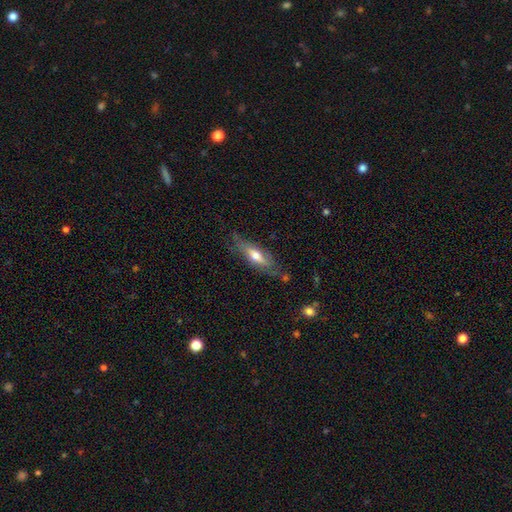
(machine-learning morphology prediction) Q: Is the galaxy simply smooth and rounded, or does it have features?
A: smooth — 49%.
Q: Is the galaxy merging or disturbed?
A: none — 67%.